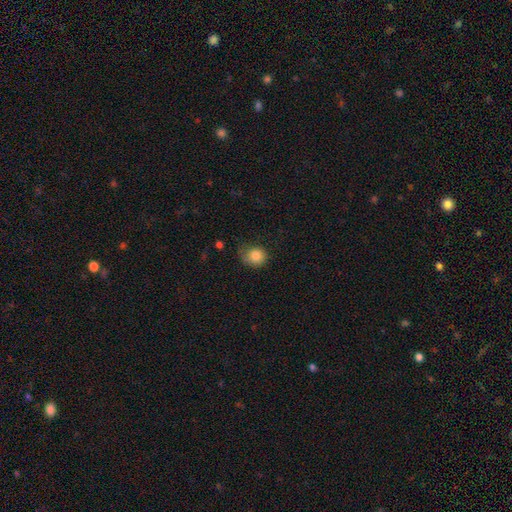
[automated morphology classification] Smooth or featured? smooth (84%)
How rounded? round (78%)
Merging? none (54%)